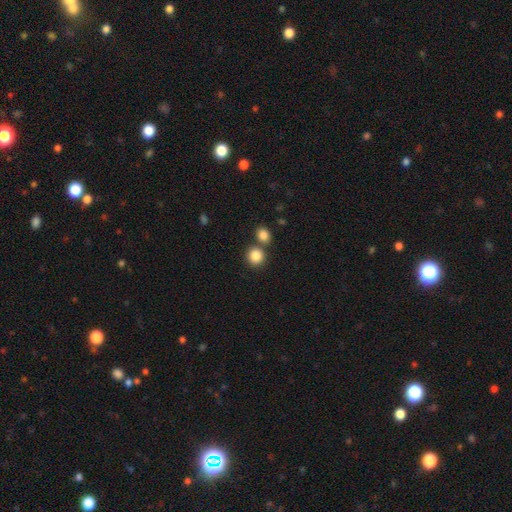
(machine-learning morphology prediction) A smooth galaxy with no disk features (85%) that is round (86%).

Vote fractions:
- Smooth or featured? smooth: 85% / star or artifact: 10% / featured or disk: 5%
- How rounded? round: 86% / in between: 13% / cigar-shaped: 1%
- Merging? none: 66% / merger: 24% / minor disturbance: 7% / major disturbance: 3%